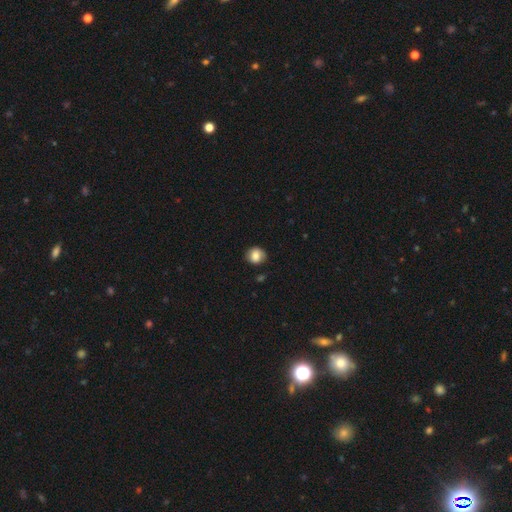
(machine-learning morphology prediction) This is clearly a smooth galaxy (82%). How rounded: clearly round (82%). Merging: likely none (79%).